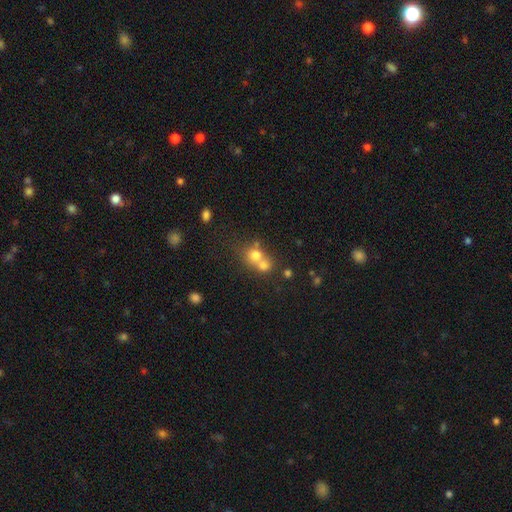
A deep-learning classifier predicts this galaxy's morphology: Smooth or featured: smooth — 71% (featured or disk — 15%)
How rounded: round — 80% (in between — 19%)
Merging: merger — 59% (none — 33%)